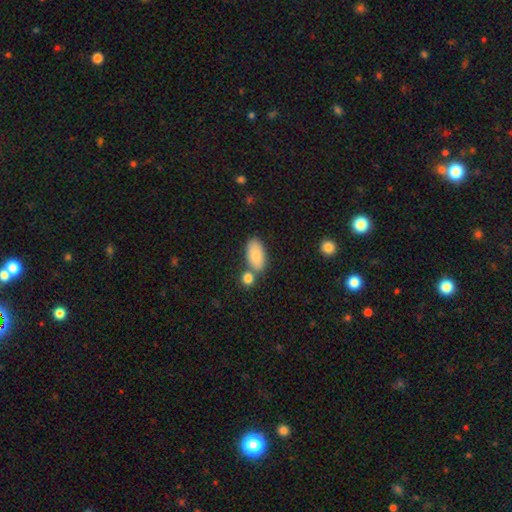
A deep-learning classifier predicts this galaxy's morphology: This is clearly a smooth galaxy (81%). How rounded: clearly in between (92%). Merging: likely none (61%).